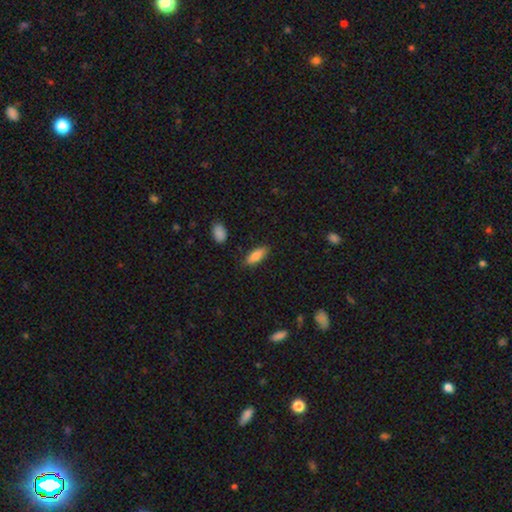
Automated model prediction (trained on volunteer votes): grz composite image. It shows a smooth galaxy with no disk features (83%) that is in between round and cigar-shaped (69%). Merging: none (84%).